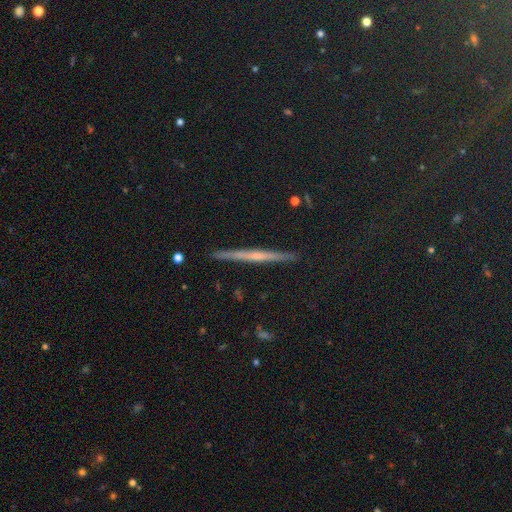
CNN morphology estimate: This appears to be a featured or disk galaxy (53%) viewed edge-on (96%) with no central bulge (47%). Merging: none (91%).